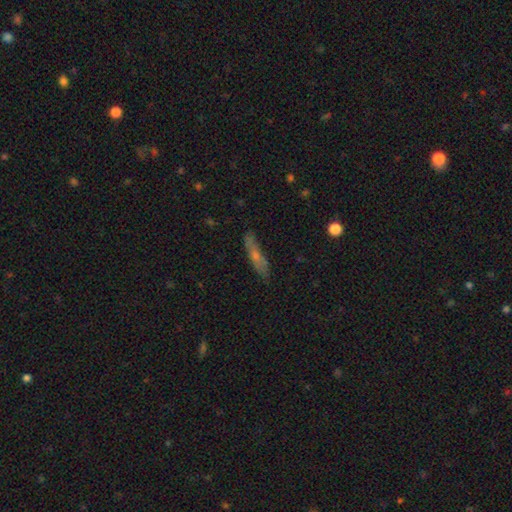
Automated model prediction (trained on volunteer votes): Overall: smooth (46%; featured or disk 45%). Merging: none (81%).